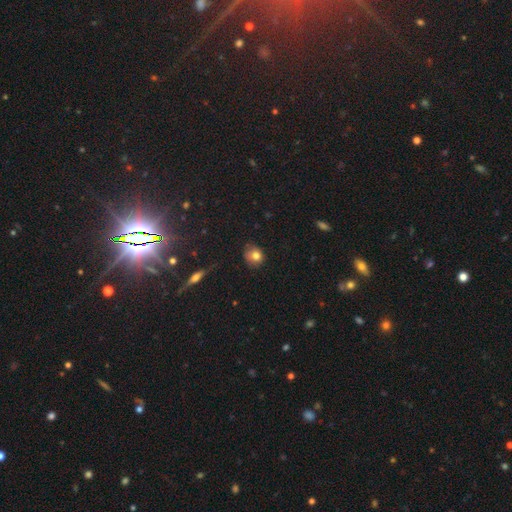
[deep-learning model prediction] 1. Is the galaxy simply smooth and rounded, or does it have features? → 78% smooth, 12% featured or disk, 10% star or artifact.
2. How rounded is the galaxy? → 75% round, 24% in between, 1% cigar-shaped.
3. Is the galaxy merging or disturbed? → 65% none, 26% minor disturbance, 7% major disturbance, 2% merger.